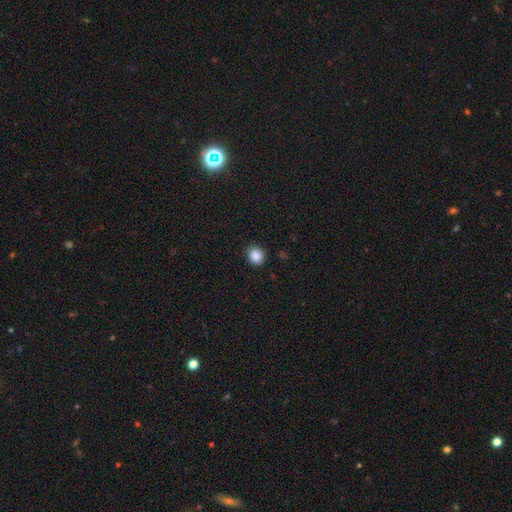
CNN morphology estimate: Q: Smooth or featured?
A: smooth (87%); runner-up: star or artifact (10%)
Q: How rounded?
A: round (72%); runner-up: in between (27%)
Q: Merging?
A: none (87%); runner-up: minor disturbance (9%)